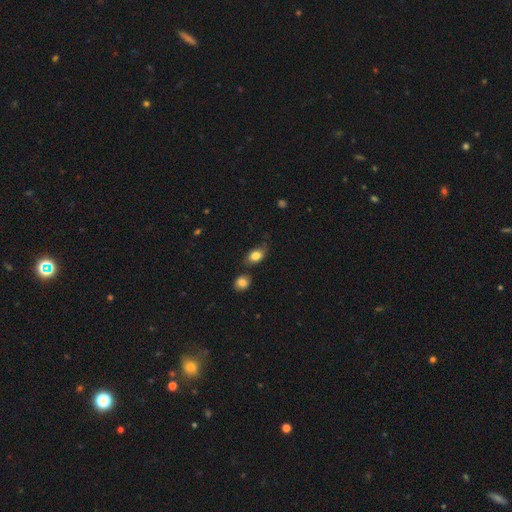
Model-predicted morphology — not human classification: Smooth or featured? Predicted: smooth (p=0.82). How rounded? Predicted: in between (p=0.81). Merging? Predicted: none (p=0.60).